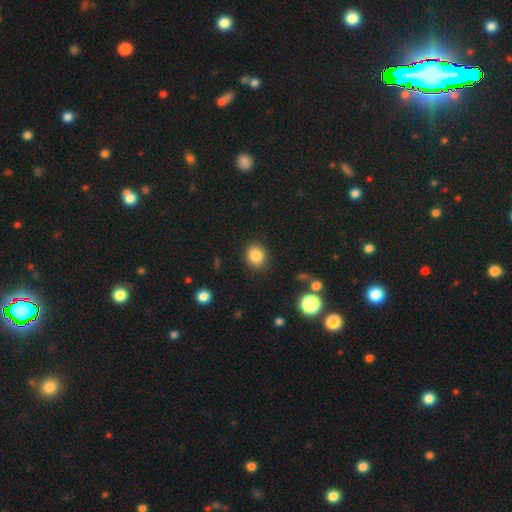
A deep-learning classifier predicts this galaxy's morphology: Smooth or featured? smooth (85%)
How rounded? round (72%)
Merging? none (88%)